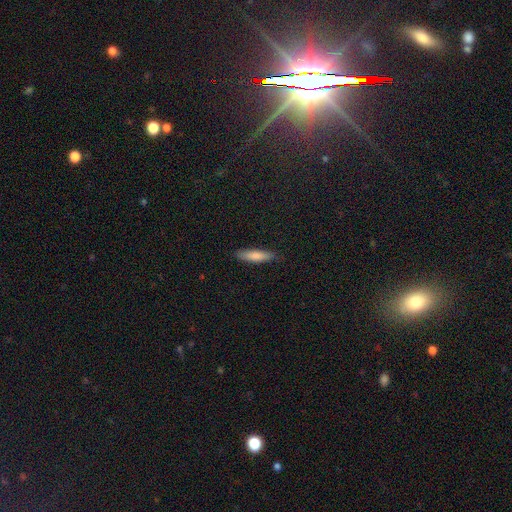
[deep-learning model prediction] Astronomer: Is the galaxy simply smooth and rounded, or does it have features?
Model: smooth — 80%.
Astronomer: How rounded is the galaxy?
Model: cigar-shaped — 76%.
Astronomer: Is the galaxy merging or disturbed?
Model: none — 85%.